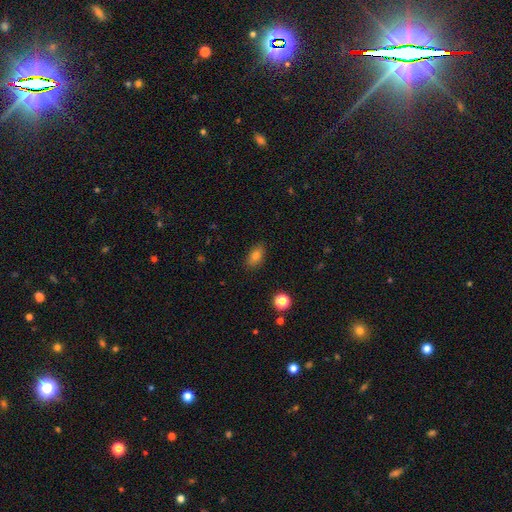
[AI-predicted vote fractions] Smooth or featured?
  - smooth: 77% *
  - star or artifact: 11%
  - featured or disk: 11%
How rounded?
  - in between: 85% *
  - round: 11%
  - cigar-shaped: 4%
Merging?
  - none: 86% *
  - minor disturbance: 11%
  - major disturbance: 2%
  - merger: 1%